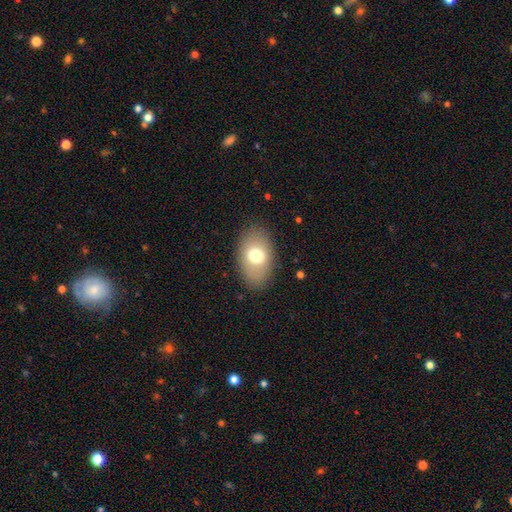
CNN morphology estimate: Q: Smooth or featured?
A: smooth (71%); runner-up: featured or disk (21%)
Q: How rounded?
A: in between (88%); runner-up: round (11%)
Q: Merging?
A: none (85%); runner-up: minor disturbance (10%)